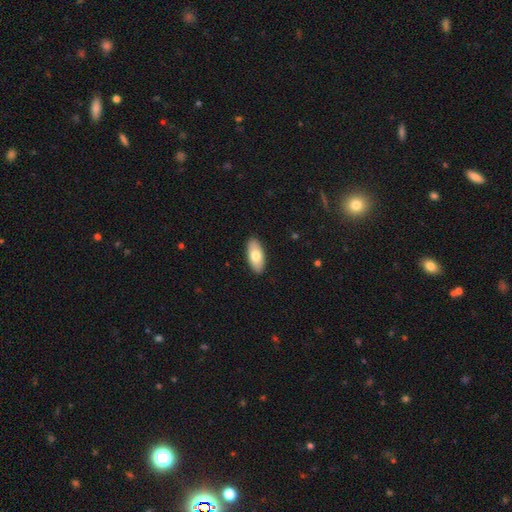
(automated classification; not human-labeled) A smooth galaxy with no disk features (76%) that is in between round and cigar-shaped (91%).

Vote fractions:
- Smooth or featured? smooth: 76% / featured or disk: 18% / star or artifact: 6%
- How rounded? in between: 91% / cigar-shaped: 7% / round: 2%
- Merging? none: 90% / minor disturbance: 8% / major disturbance: 2% / merger: 1%